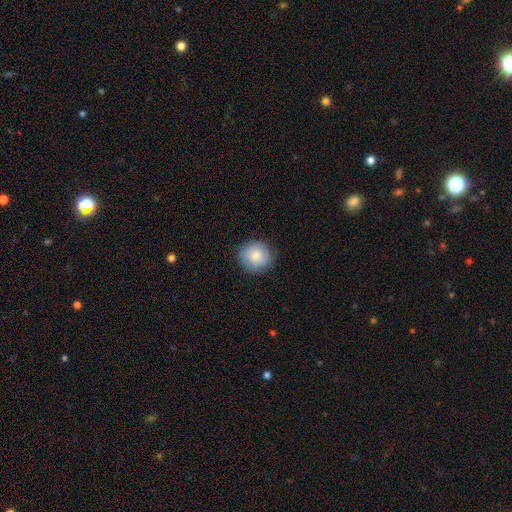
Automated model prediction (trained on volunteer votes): smooth-or-featured: smooth: 76% | featured or disk: 16% | star or artifact: 8%
  how-rounded: round: 91% | in between: 8% | cigar-shaped: 1%
  merging: none: 86% | minor disturbance: 11% | major disturbance: 3% | merger: 1%